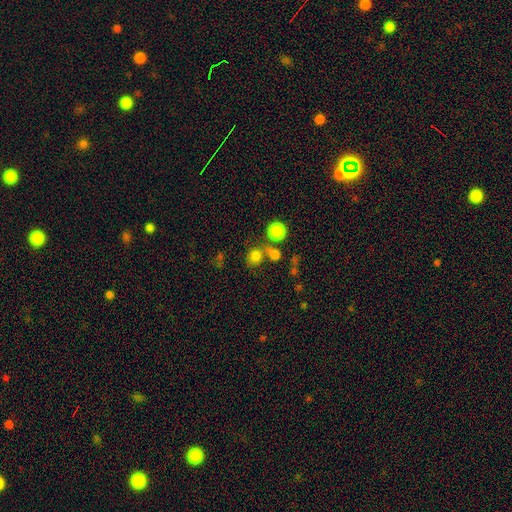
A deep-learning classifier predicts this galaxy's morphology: This appears to be a smooth galaxy with no disk features (77%) that is round (77%). Merging: none (56%).